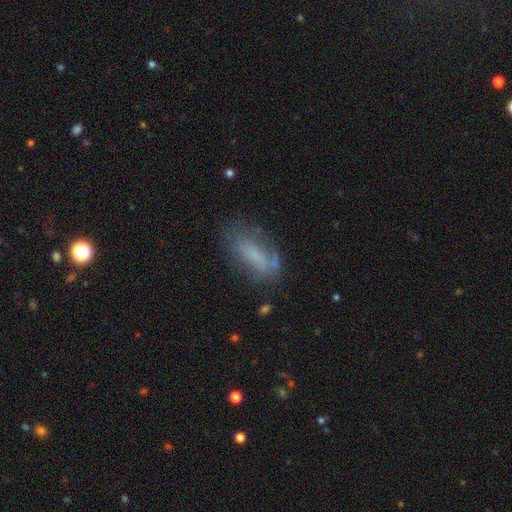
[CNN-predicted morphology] type=smooth (60%); roundness=in between (72%); merging=none (55%).